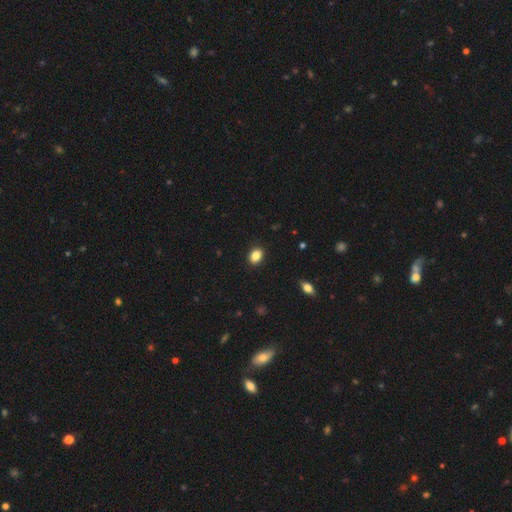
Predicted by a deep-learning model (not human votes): Morphology: type=smooth (86%); roundness=in between (67%); merging=none (90%).